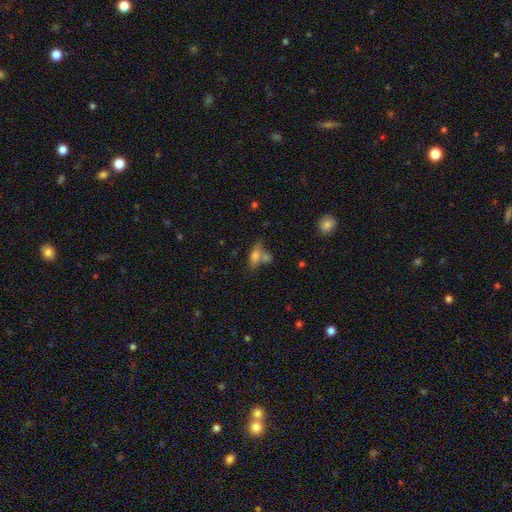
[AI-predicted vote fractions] This appears to be a smooth galaxy with no disk features (63%) that is in between round and cigar-shaped (72%). Merging: none (44%).